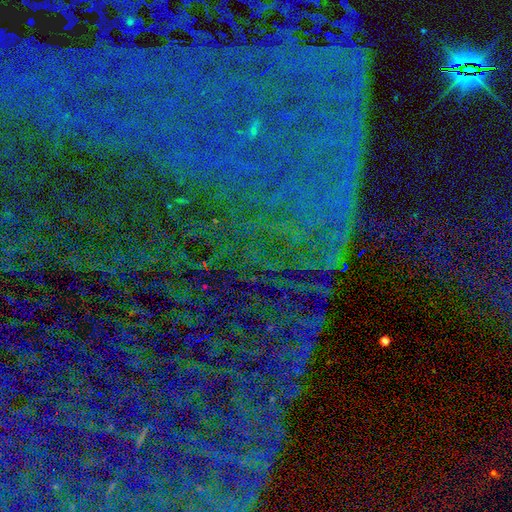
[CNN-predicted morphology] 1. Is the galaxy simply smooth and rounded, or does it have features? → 84% star or artifact, 9% featured or disk, 8% smooth.